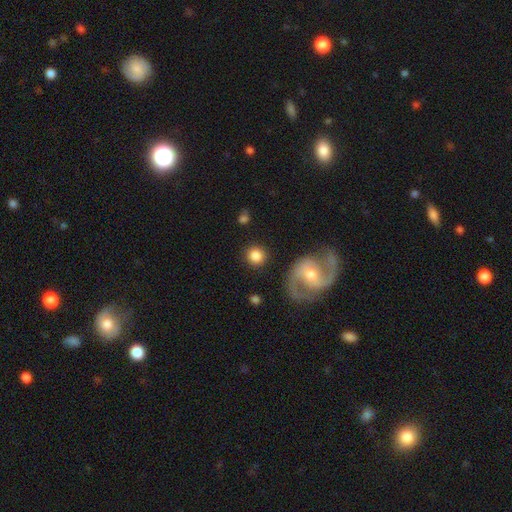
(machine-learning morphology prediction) type=smooth (81%); roundness=round (92%); merging=none (85%).